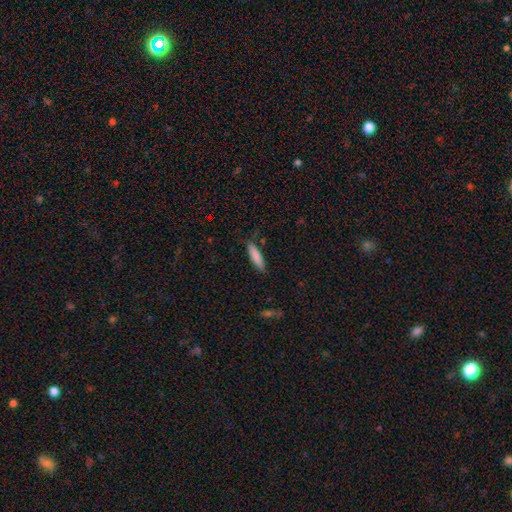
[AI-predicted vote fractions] A smooth galaxy with no disk features (84%) that is cigar-shaped (75%). Merging: none (83%).